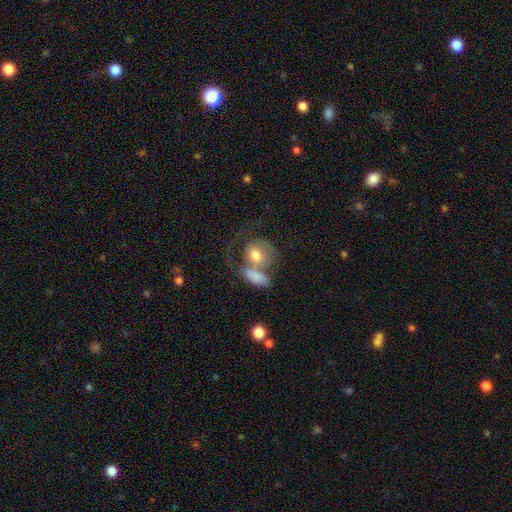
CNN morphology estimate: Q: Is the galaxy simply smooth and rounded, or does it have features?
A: smooth — 64%.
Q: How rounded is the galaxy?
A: round — 50%.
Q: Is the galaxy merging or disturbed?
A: merger — 56%.